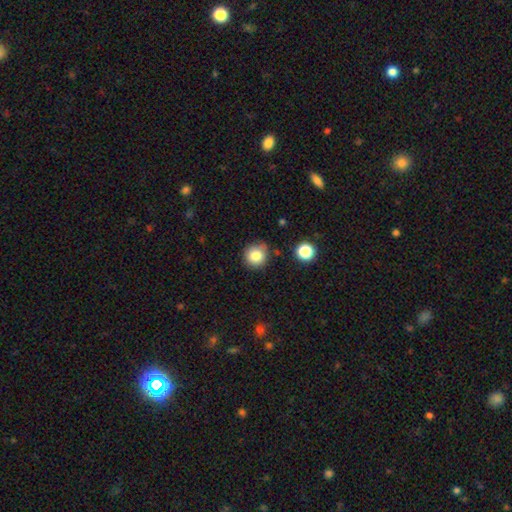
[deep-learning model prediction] A smooth galaxy with no disk features (82%) that is round (91%). Merging: none (80%).